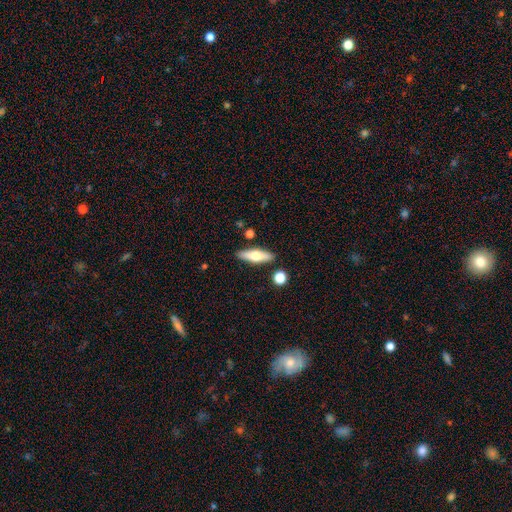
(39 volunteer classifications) A smooth galaxy with no disk features (54%) that is cigar-shaped (57%). Merging: none (86%).